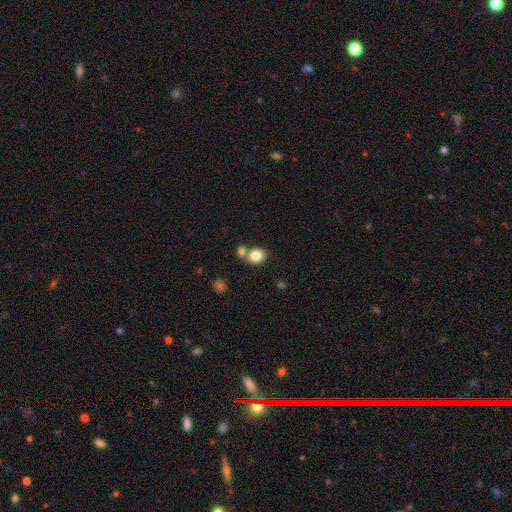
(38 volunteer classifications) Volunteers were most divided on "merging": none: 54%, merger: 34%, minor disturbance: 6%, major disturbance: 6%. More confident: smooth or featured — smooth (82%); how rounded — round (77%).